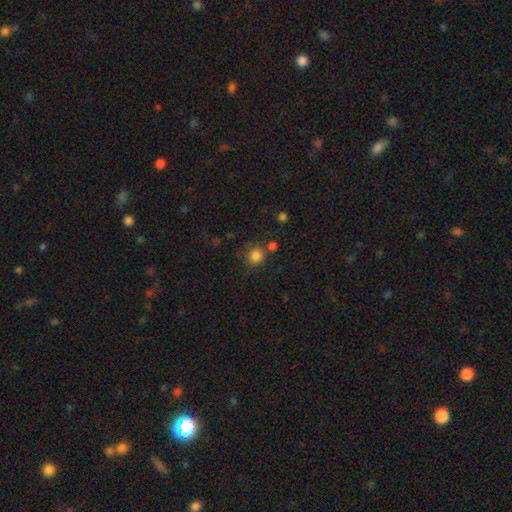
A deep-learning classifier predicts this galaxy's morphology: Q: Smooth or featured?
A: smooth (82%); runner-up: star or artifact (12%)
Q: How rounded?
A: round (82%); runner-up: in between (17%)
Q: Merging?
A: none (65%); runner-up: minor disturbance (15%)